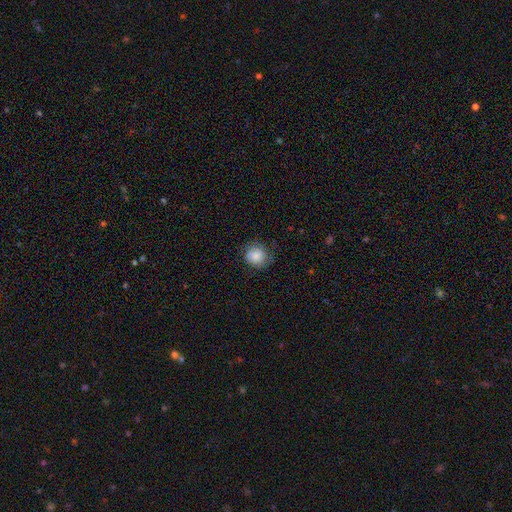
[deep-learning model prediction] smooth 78%, featured or disk 14%, star or artifact 8%. Down the decision tree: how rounded — round (82%); merging — none (71%).